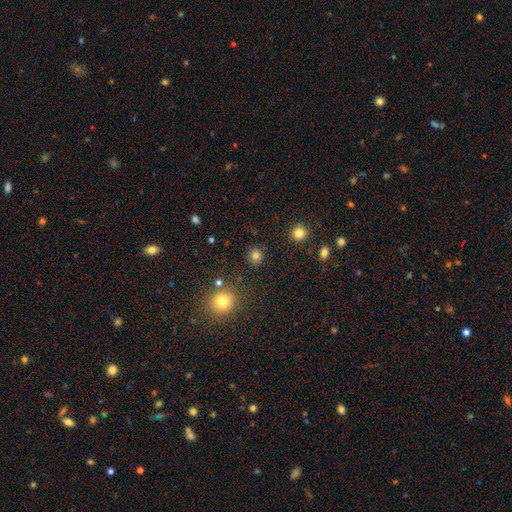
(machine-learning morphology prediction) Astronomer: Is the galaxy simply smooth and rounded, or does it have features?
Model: smooth — 80%.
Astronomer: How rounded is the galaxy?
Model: round — 90%.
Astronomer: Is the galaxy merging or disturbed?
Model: none — 88%.